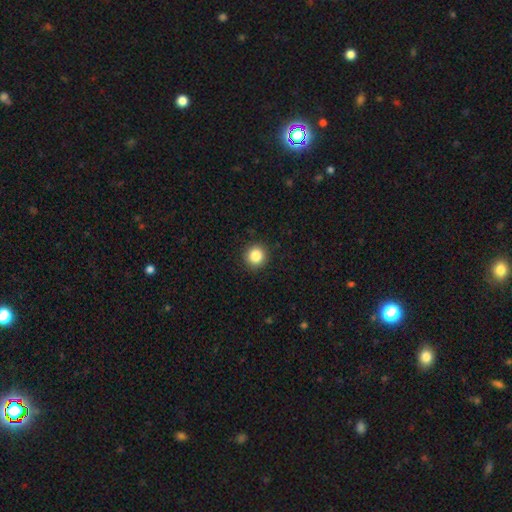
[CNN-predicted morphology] type=smooth (85%); roundness=round (94%); merging=none (92%).